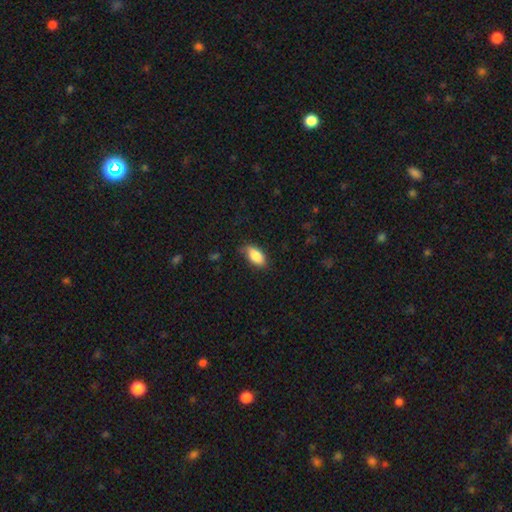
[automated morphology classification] This is clearly a smooth galaxy (84%). How rounded: clearly in between (90%). Merging: likely none (71%).